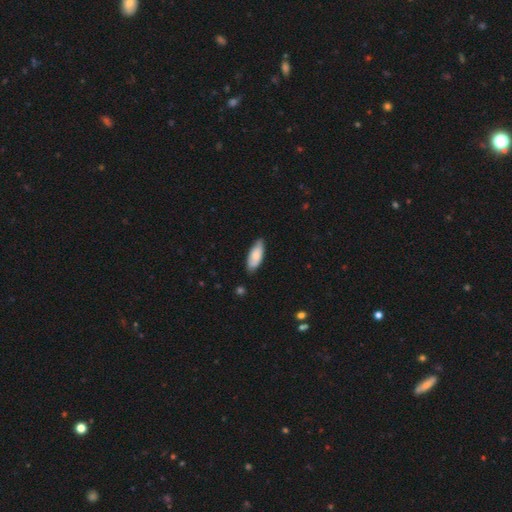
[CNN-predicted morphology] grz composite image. It shows a smooth galaxy with no disk features (73%) that is in between round and cigar-shaped (79%). Merging: none (79%).